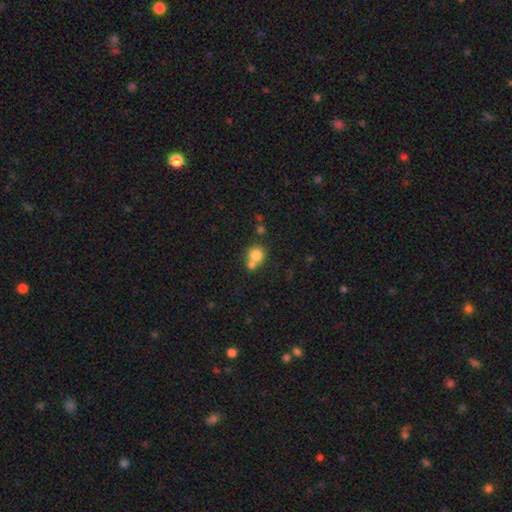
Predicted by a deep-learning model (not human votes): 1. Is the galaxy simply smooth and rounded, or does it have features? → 79% smooth, 11% featured or disk, 11% star or artifact.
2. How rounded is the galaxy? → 86% round, 13% in between, 1% cigar-shaped.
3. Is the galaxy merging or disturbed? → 45% merger (tied), 45% none (tied), 7% minor disturbance, 3% major disturbance.